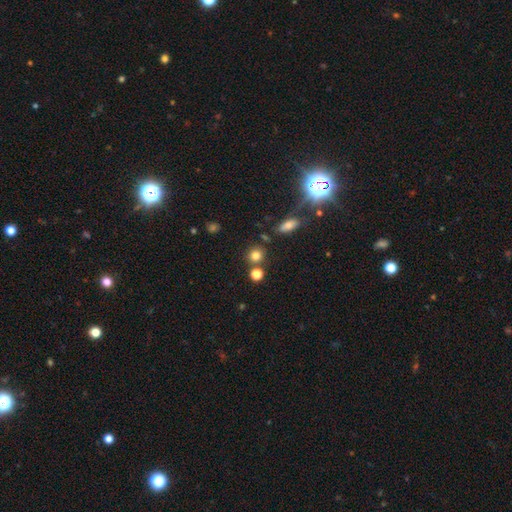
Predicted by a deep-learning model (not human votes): Morphology: type=smooth (78%); roundness=round (85%); merging=none (76%).